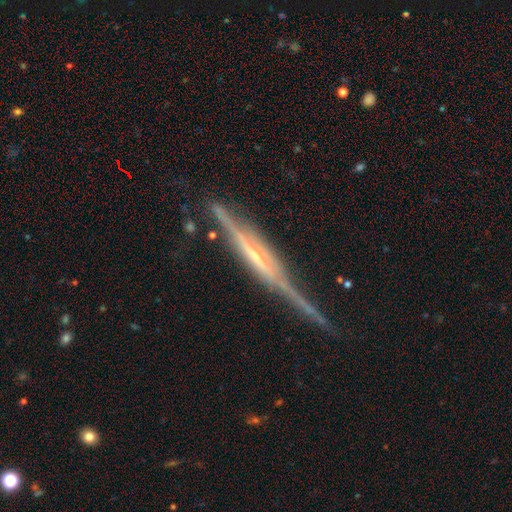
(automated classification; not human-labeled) A featured or disk galaxy (85%) viewed edge-on (96%) with a rounded central bulge (41%).

Vote fractions:
- Smooth or featured? featured or disk: 85% / smooth: 9% / star or artifact: 6%
- Edge-on disk? yes: 96% / no: 4%
- Edge-on bulge? rounded: 41% / boxy: 31% / none: 28%
- Merging? none: 71% / minor disturbance: 20% / major disturbance: 6% / merger: 3%